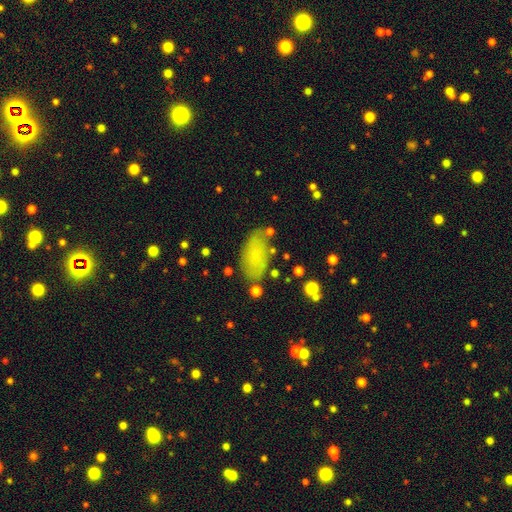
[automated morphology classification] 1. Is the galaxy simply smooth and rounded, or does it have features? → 70% smooth, 19% featured or disk, 10% star or artifact.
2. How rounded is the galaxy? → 93% in between, 4% cigar-shaped, 3% round.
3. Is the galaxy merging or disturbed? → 76% none, 16% minor disturbance, 5% major disturbance, 3% merger.